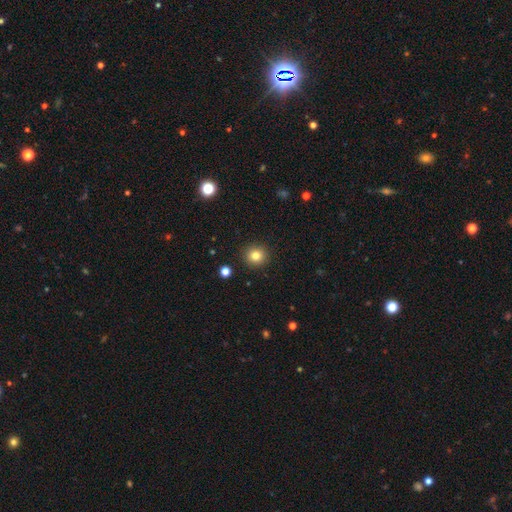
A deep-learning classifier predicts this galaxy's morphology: smooth 82%, star or artifact 12%, featured or disk 7%. Down the decision tree: how rounded — round (92%); merging — none (92%).